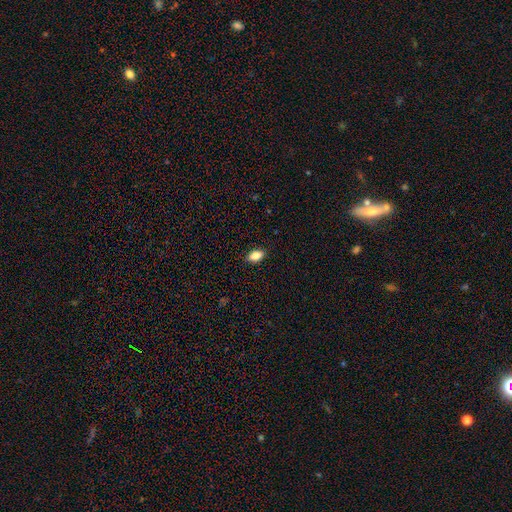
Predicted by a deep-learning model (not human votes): This appears to be a smooth galaxy with no disk features (85%) that is in between round and cigar-shaped (89%). Merging: none (89%).